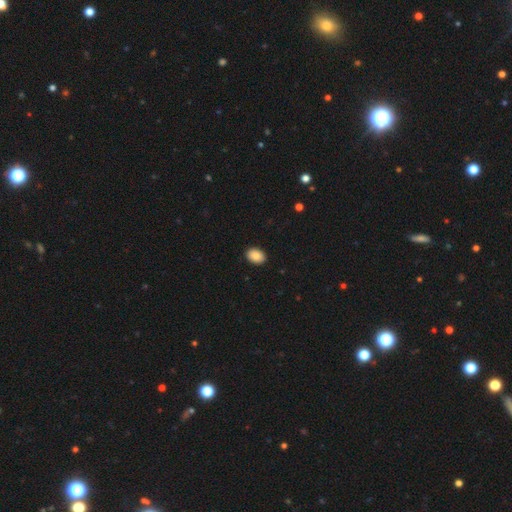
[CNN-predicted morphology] smooth-or-featured: smooth: 89% | star or artifact: 7% | featured or disk: 3%
  how-rounded: in between: 81% | round: 18% | cigar-shaped: 1%
  merging: none: 91% | minor disturbance: 7% | major disturbance: 2% | merger: 1%